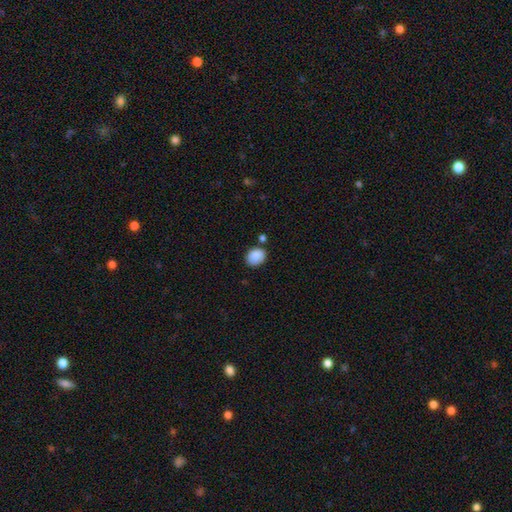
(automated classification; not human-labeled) smooth 88%, star or artifact 8%, featured or disk 4%. Down the decision tree: how rounded — in between (51%); merging — none (74%).